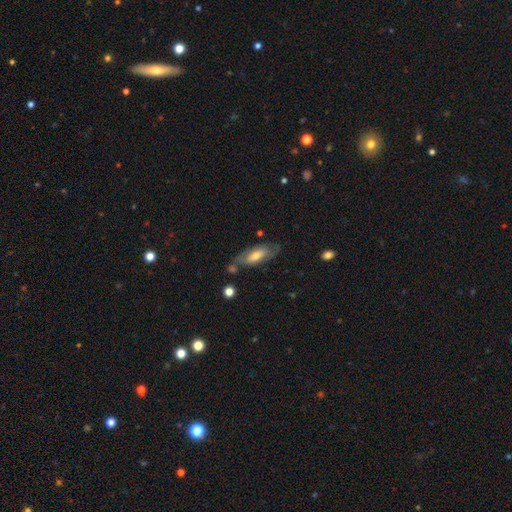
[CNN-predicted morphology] The model was most divided on "smooth or featured": smooth: 48%, featured or disk: 46%, star or artifact: 6%. More confident: merging — none (66%).